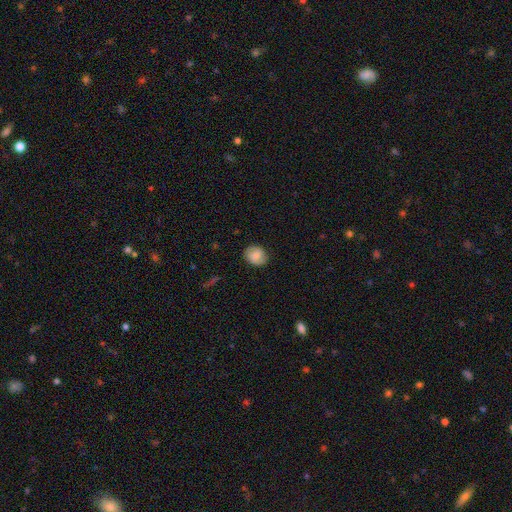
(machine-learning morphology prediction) Smooth or featured? smooth (60%)
How rounded? round (58%)
Merging? none (81%)